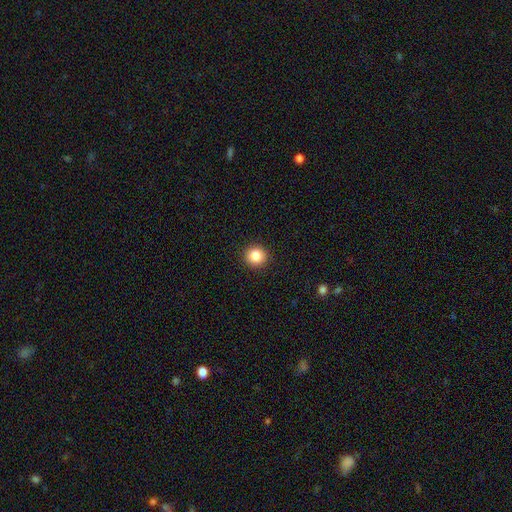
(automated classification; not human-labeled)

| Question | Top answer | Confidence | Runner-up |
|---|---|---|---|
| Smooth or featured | smooth | 85% | star or artifact (10%) |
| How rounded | round | 92% | in between (7%) |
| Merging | none | 92% | minor disturbance (5%) |